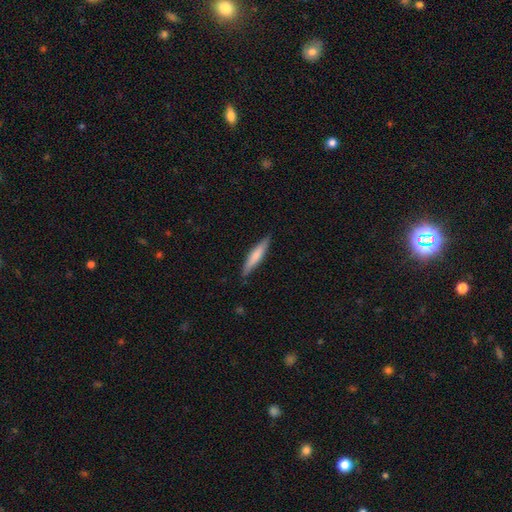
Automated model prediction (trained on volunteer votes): Smooth or featured?
  - smooth: 68% *
  - featured or disk: 26%
  - star or artifact: 5%
How rounded?
  - cigar-shaped: 88% *
  - in between: 11%
  - round: 1%
Merging?
  - none: 86% *
  - minor disturbance: 11%
  - major disturbance: 2%
  - merger: 1%